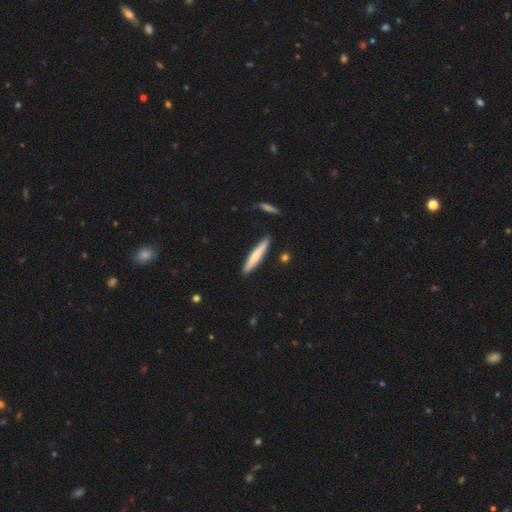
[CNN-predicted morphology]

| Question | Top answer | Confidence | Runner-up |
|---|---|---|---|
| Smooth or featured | smooth | 67% | featured or disk (28%) |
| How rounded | cigar-shaped | 93% | in between (5%) |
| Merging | none | 88% | minor disturbance (9%) |